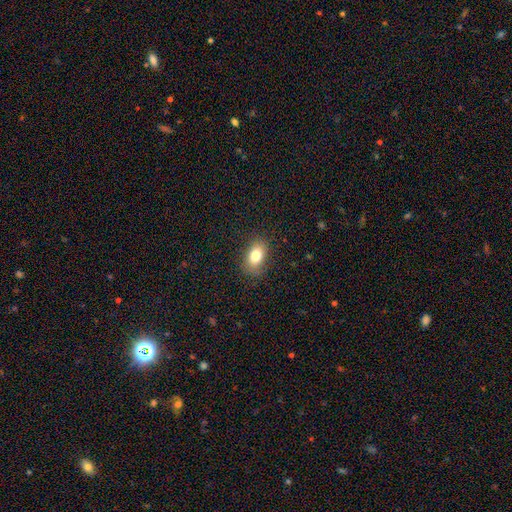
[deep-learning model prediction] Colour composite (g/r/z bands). It shows a smooth galaxy with no disk features (80%) that is in between round and cigar-shaped (86%). Merging: none (83%).